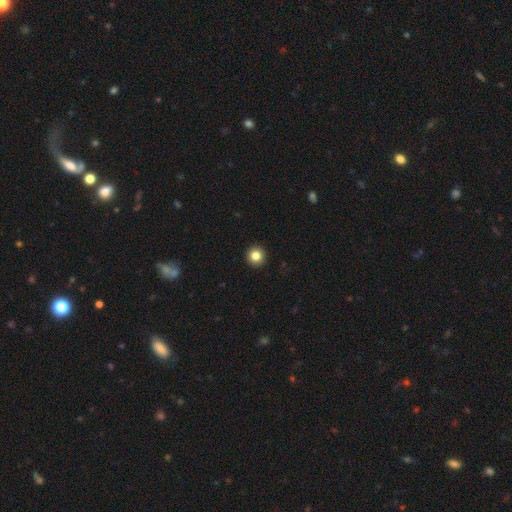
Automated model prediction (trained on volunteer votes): The model was most divided on "smooth or featured": smooth: 84%, star or artifact: 11%, featured or disk: 6%. More confident: how rounded — round (96%); merging — none (94%).